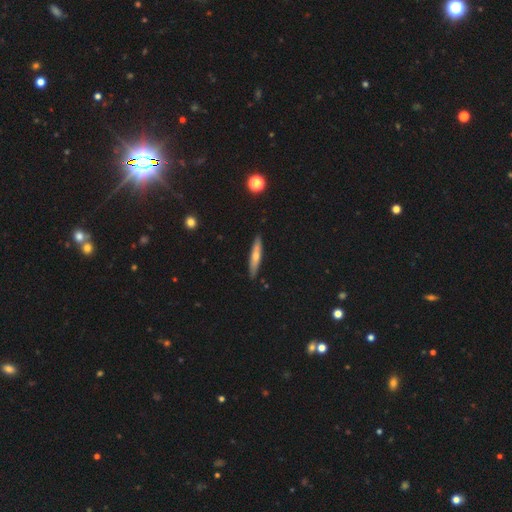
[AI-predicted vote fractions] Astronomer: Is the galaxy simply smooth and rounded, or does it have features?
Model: smooth — 55% (runner-up: featured or disk, 39%).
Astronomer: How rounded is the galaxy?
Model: cigar-shaped — 88%.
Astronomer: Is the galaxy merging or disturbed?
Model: none — 88%.